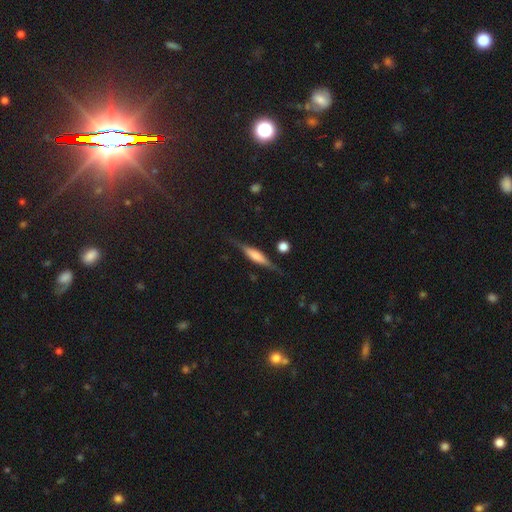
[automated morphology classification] Smooth or featured?
  - featured or disk: 68% *
  - smooth: 25%
  - star or artifact: 7%
Edge-on disk?
  - yes: 97% *
  - no: 3%
Edge-on bulge?
  - rounded: 54% *
  - boxy: 37%
  - none: 9%
Merging?
  - none: 83% *
  - minor disturbance: 12%
  - major disturbance: 3%
  - merger: 2%